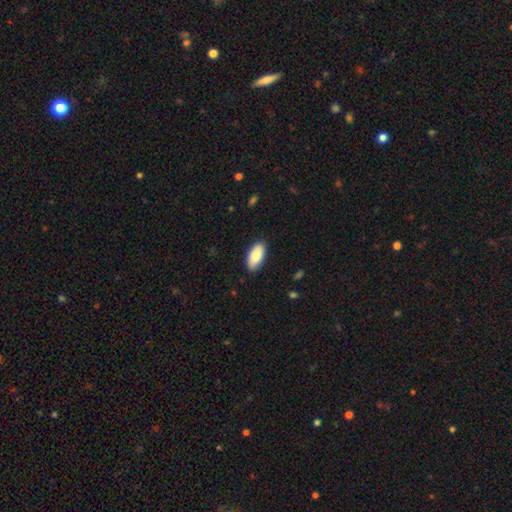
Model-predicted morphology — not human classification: Overall: smooth (86%). How rounded: in between (93%). Merging: none (87%).